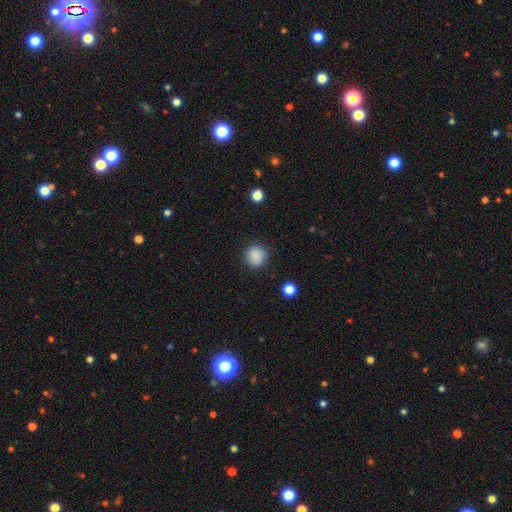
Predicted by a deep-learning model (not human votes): This is clearly a smooth galaxy (88%). How rounded: clearly round (91%). Merging: clearly none (89%).